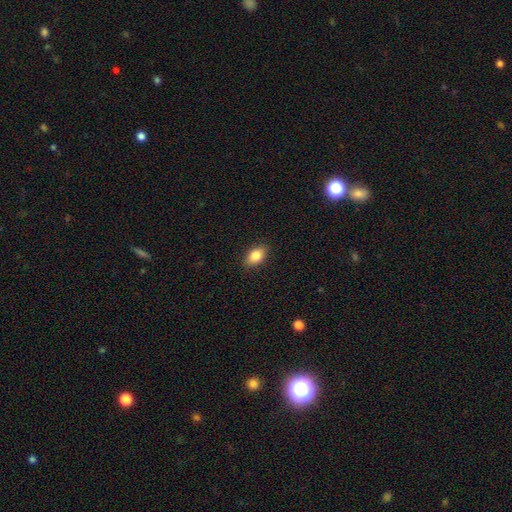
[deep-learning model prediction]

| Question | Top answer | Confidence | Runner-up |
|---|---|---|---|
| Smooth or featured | smooth | 84% | star or artifact (8%) |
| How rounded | in between | 87% | round (12%) |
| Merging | none | 89% | minor disturbance (8%) |